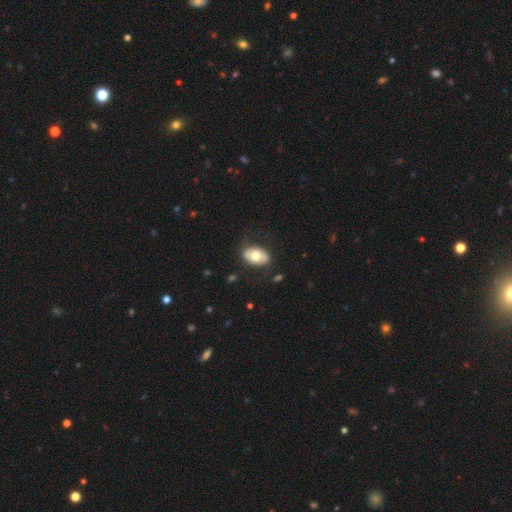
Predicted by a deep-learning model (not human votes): Smooth or featured: smooth — 62% (featured or disk — 32%)
How rounded: in between — 86% (round — 12%)
Merging: none — 77% (minor disturbance — 16%)